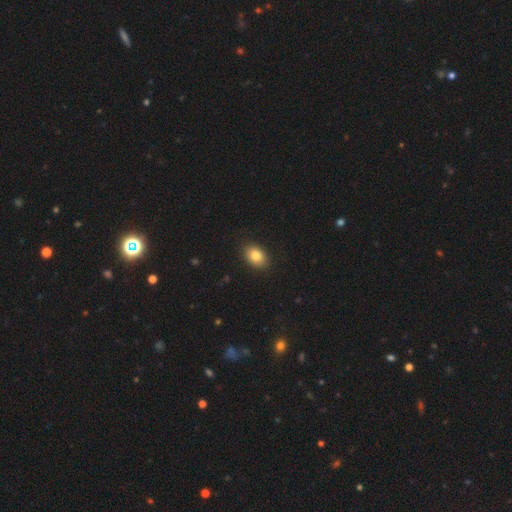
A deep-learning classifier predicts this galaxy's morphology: This appears to be a smooth galaxy with no disk features (83%) that is in between round and cigar-shaped (77%). Merging: none (89%).